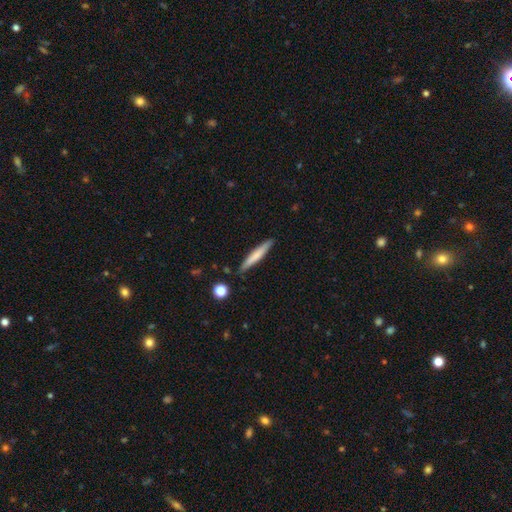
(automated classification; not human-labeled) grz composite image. It shows a smooth galaxy with no disk features (67%) that is cigar-shaped (94%). Merging: none (86%).